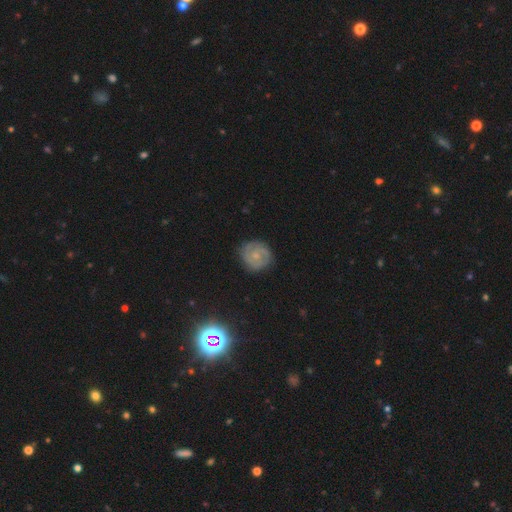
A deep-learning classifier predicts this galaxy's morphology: A featured or disk galaxy (73%) with no bar (66%), 2 (63%) tight (66%) spiral arms (93%) and a small central bulge (63%).

Vote fractions:
- Smooth or featured? featured or disk: 73% / smooth: 20% / star or artifact: 7%
- Edge-on disk? no: 98% / yes: 2%
- Bar? no: 66% / weak: 29% / strong: 5%
- Spiral arms? yes: 93% / no: 7%
- Spiral winding? tight: 66% / medium: 28% / loose: 6%
- Spiral arm count? 2: 63% / can't tell: 17% / 3: 11% / 1: 4% / 4: 3% / more than 4: 3%
- Bulge size? small: 63% / moderate: 26% / none: 8% / large: 1% / dominant: 1%
- Merging? none: 82% / minor disturbance: 13% / major disturbance: 4% / merger: 1%